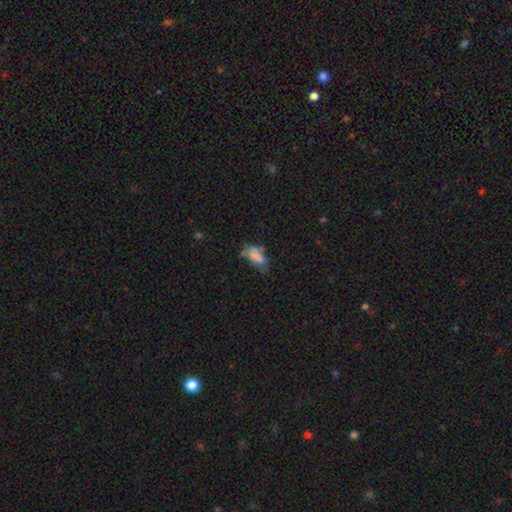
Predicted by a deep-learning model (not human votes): This is likely a smooth galaxy (71%). How rounded: clearly in between (87%). Merging: marginally none (35%).